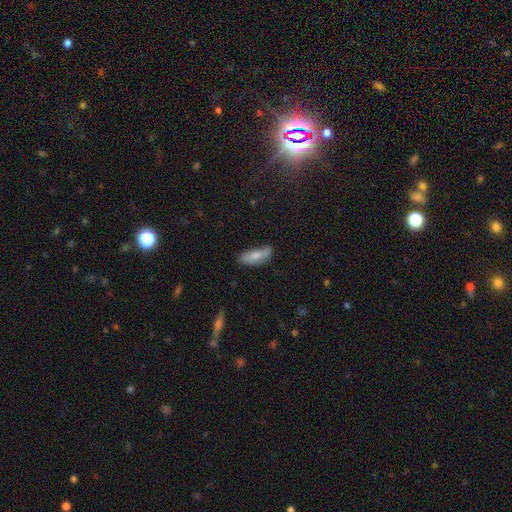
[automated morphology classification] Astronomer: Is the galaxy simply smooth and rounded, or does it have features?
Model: smooth — 72%.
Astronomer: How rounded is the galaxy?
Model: in between — 72%.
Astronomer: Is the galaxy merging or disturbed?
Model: none — 55% (runner-up: minor disturbance, 30%).